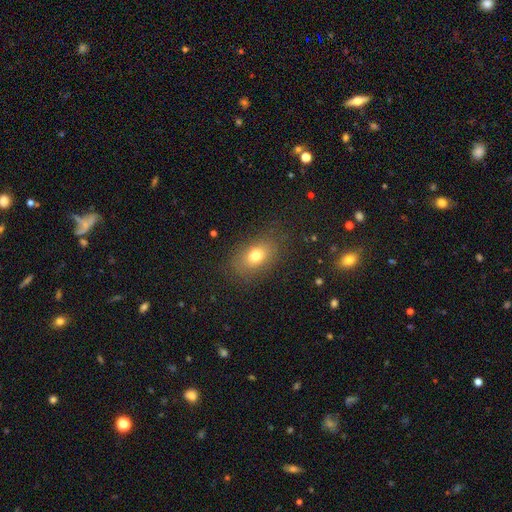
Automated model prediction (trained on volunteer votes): Smooth or featured? Predicted: smooth (p=0.74). How rounded? Predicted: in between (p=0.80). Merging? Predicted: none (p=0.81).